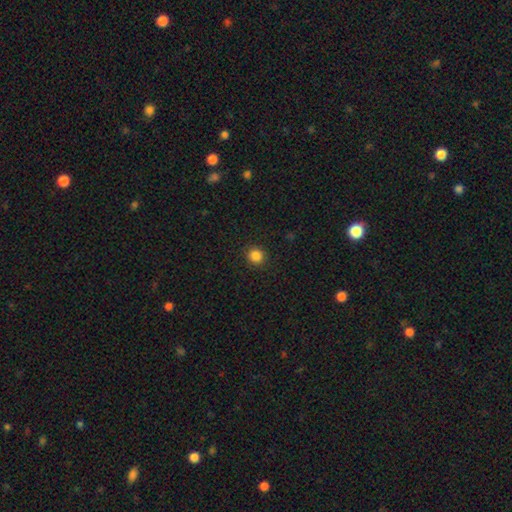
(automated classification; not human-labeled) Q: Smooth or featured?
A: smooth (85%); runner-up: star or artifact (11%)
Q: How rounded?
A: round (89%); runner-up: in between (10%)
Q: Merging?
A: none (91%); runner-up: minor disturbance (6%)